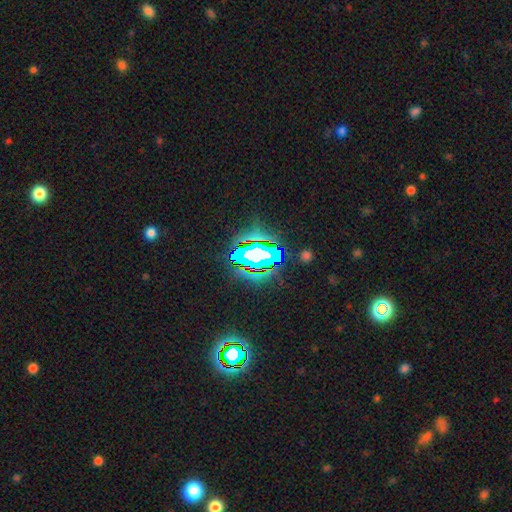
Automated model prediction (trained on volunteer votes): Smooth or featured? star or artifact (62%)